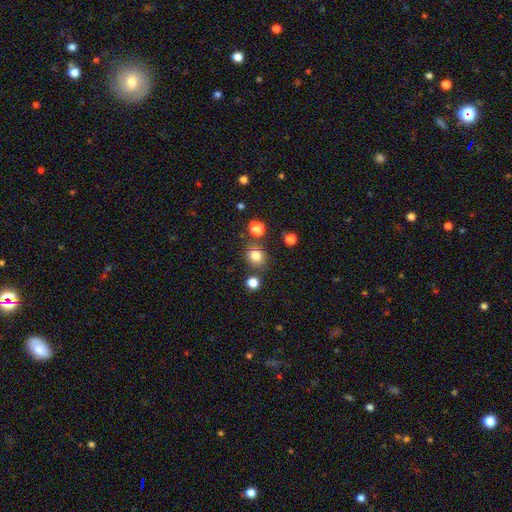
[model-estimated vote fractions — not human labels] Smooth or featured? smooth (80%)
How rounded? round (81%)
Merging? none (80%)